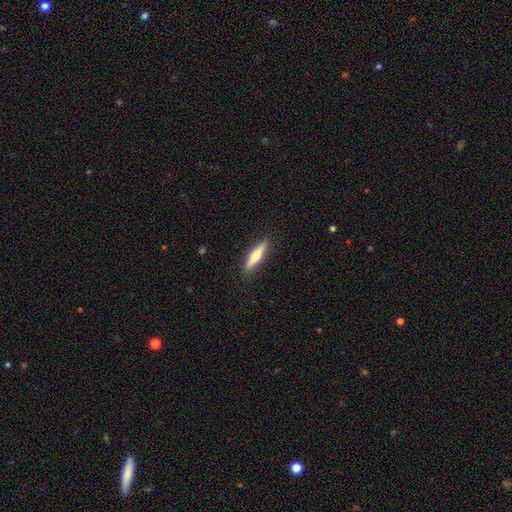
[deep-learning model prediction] Smooth or featured? smooth (58%)
How rounded? cigar-shaped (80%)
Merging? none (90%)